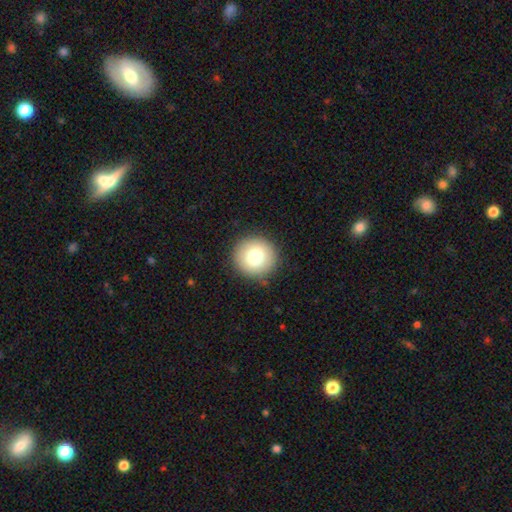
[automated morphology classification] type=smooth (76%); roundness=round (94%); merging=none (92%).